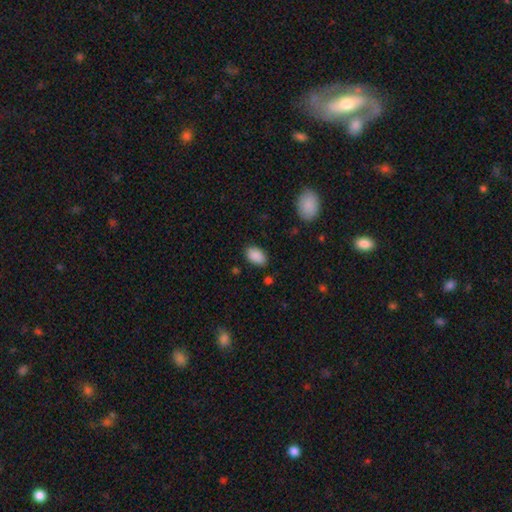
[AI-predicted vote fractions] smooth-or-featured: smooth: 89% | star or artifact: 7% | featured or disk: 4%
  how-rounded: in between: 92% | round: 6% | cigar-shaped: 1%
  merging: none: 83% | minor disturbance: 12% | major disturbance: 3% | merger: 2%